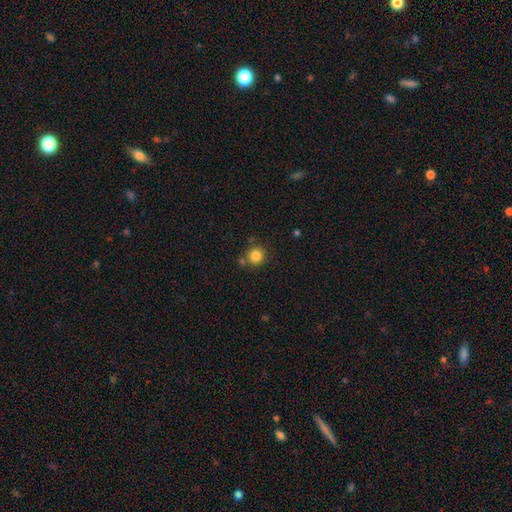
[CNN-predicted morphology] smooth 83%, star or artifact 11%, featured or disk 5%. Down the decision tree: how rounded — round (91%); merging — none (76%).